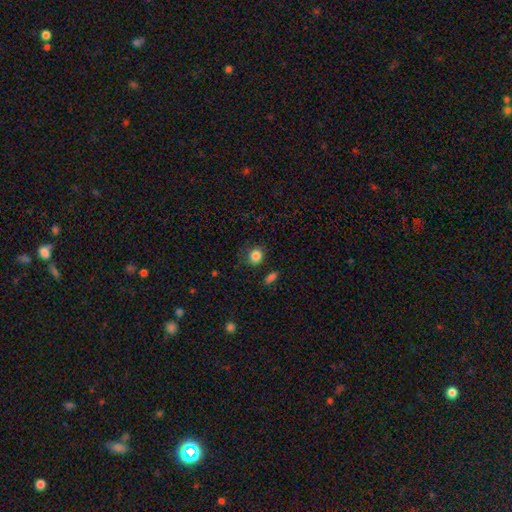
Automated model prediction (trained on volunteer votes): This is clearly a smooth galaxy (84%). How rounded: likely round (71%). Merging: likely none (75%).